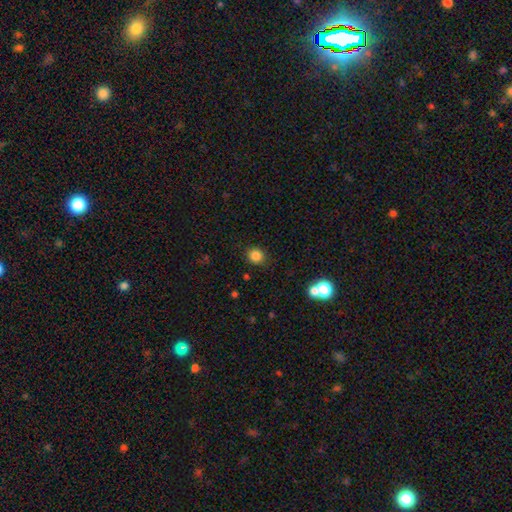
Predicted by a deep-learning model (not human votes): smooth 84%, star or artifact 12%, featured or disk 4%. Down the decision tree: how rounded — round (88%); merging — none (88%).